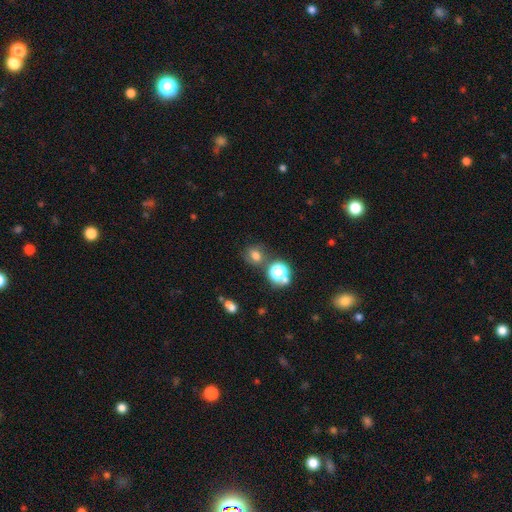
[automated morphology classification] Overall: smooth (65%). How rounded: round (67%; in between 32%). Merging: none (68%).